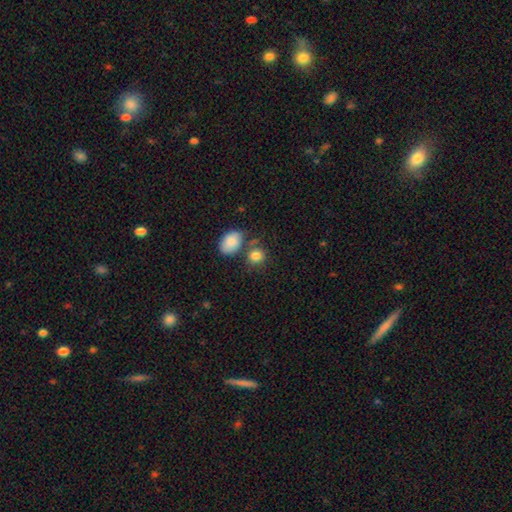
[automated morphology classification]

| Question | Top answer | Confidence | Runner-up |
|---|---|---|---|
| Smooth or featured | smooth | 84% | star or artifact (9%) |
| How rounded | round | 68% | in between (30%) |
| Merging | none | 60% | merger (22%) |